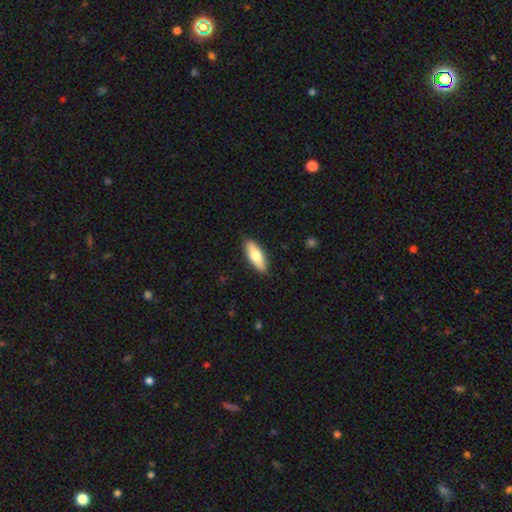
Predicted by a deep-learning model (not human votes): Smooth or featured: smooth — 72% (featured or disk — 22%)
How rounded: in between — 62% (cigar-shaped — 35%)
Merging: none — 89% (minor disturbance — 9%)